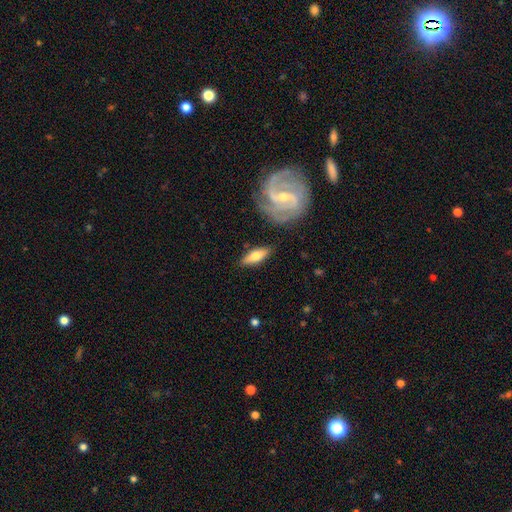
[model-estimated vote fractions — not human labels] The model was most divided on "smooth or featured": smooth: 49%, featured or disk: 45%, star or artifact: 5%. More confident: merging — none (82%).